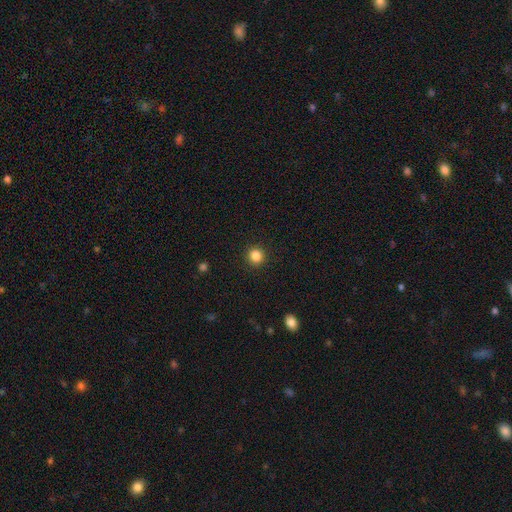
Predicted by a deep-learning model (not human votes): The model was most divided on "smooth or featured": smooth: 85%, star or artifact: 11%, featured or disk: 4%. More confident: how rounded — round (93%); merging — none (92%).